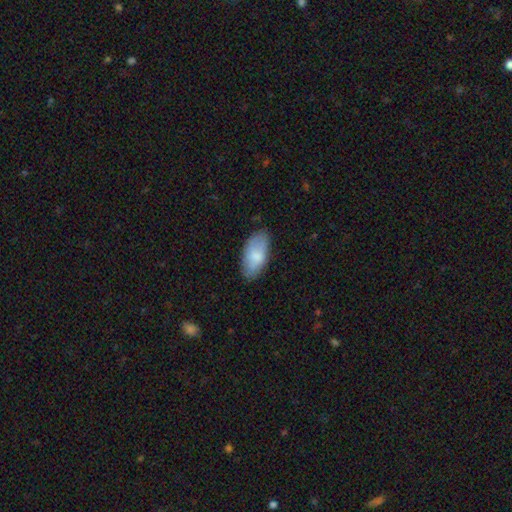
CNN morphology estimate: smooth 79%, featured or disk 15%, star or artifact 6%. Down the decision tree: how rounded — in between (94%); merging — none (78%).